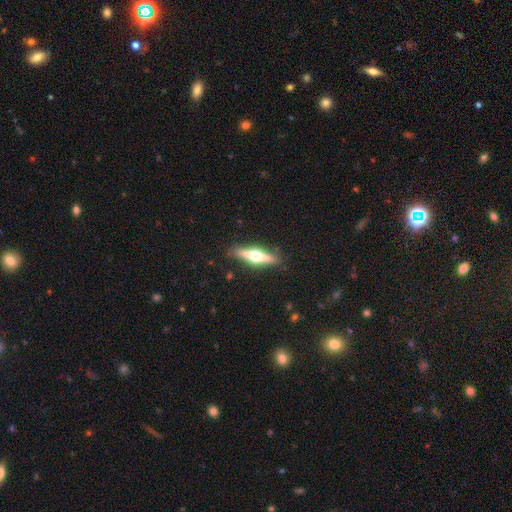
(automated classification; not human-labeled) smooth_or_featured: featured or disk (p=0.67) [alt: smooth p=0.27]
disk_edge_on: yes (p=0.97) [alt: no p=0.03]
edge_on_bulge: rounded (p=0.95) [alt: boxy p=0.03]
merging: none (p=0.89) [alt: minor disturbance p=0.08]